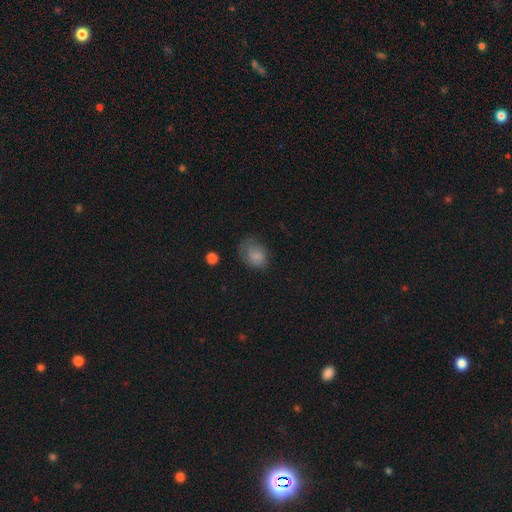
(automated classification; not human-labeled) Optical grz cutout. It shows a smooth galaxy with no disk features (79%) that is in between round and cigar-shaped (69%). Merging: none (50%).